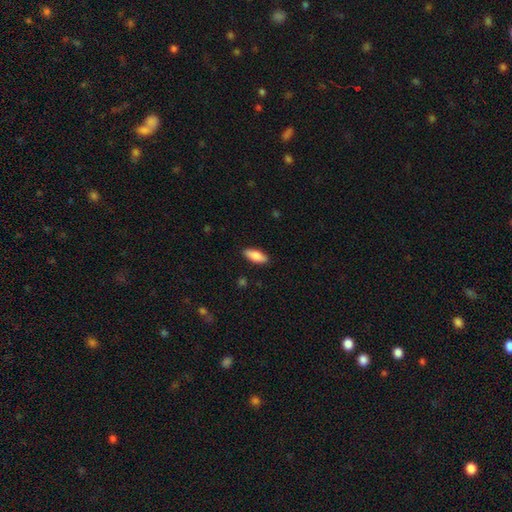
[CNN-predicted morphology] Smooth or featured? smooth (85%)
How rounded? in between (78%)
Merging? none (89%)